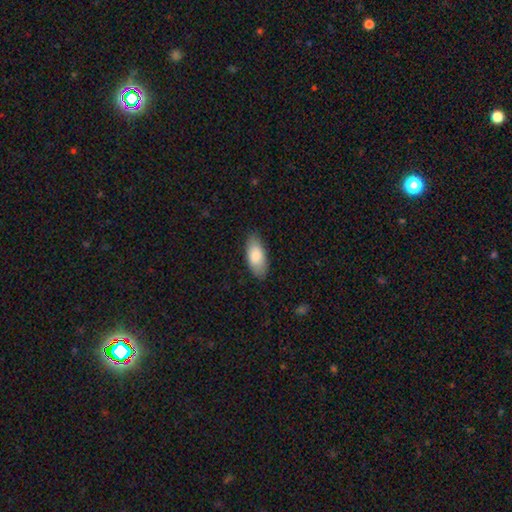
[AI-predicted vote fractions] smooth-or-featured: smooth: 84% | featured or disk: 10% | star or artifact: 6%
  how-rounded: in between: 88% | cigar-shaped: 10% | round: 2%
  merging: none: 84% | minor disturbance: 13% | major disturbance: 2% | merger: 1%